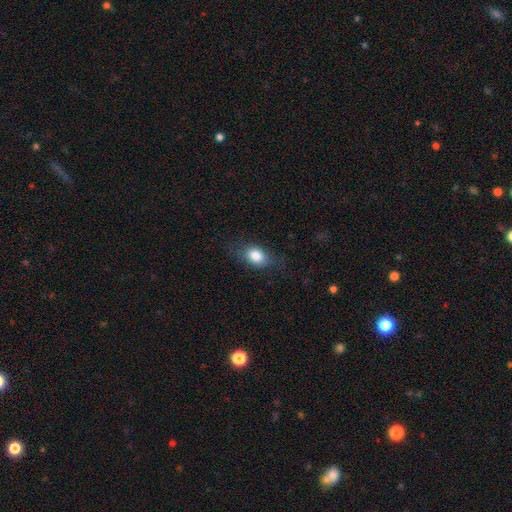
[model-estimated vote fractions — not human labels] This appears to be a smooth galaxy with no disk features (81%) that is in between round and cigar-shaped (73%). Merging: none (72%).